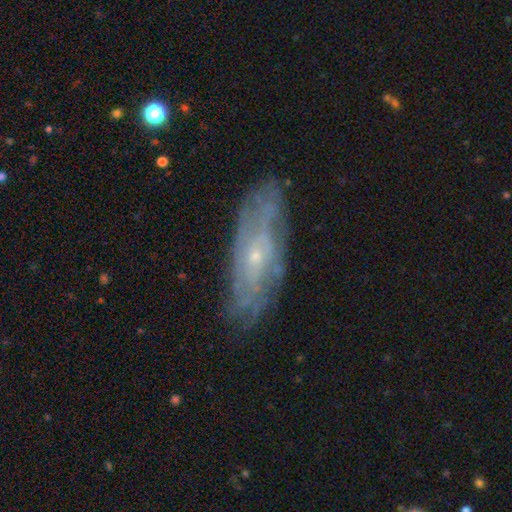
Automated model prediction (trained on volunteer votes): This appears to be a featured or disk galaxy (73%) with no bar (75%), spiral arms (79%) and a small central bulge (79%). Merging: none (79%).